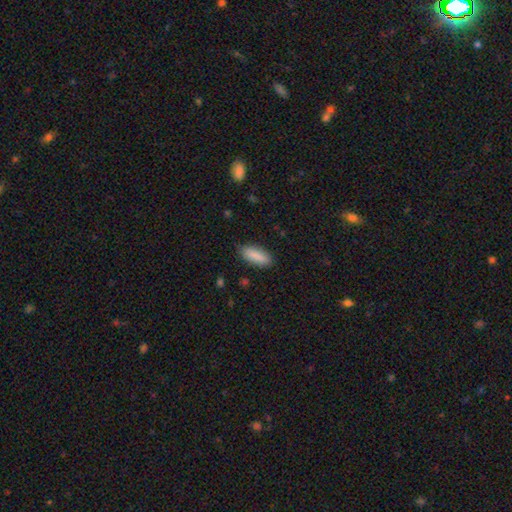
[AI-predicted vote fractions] smooth 88%, star or artifact 6%, featured or disk 6%. Down the decision tree: how rounded — in between (73%); merging — none (84%).